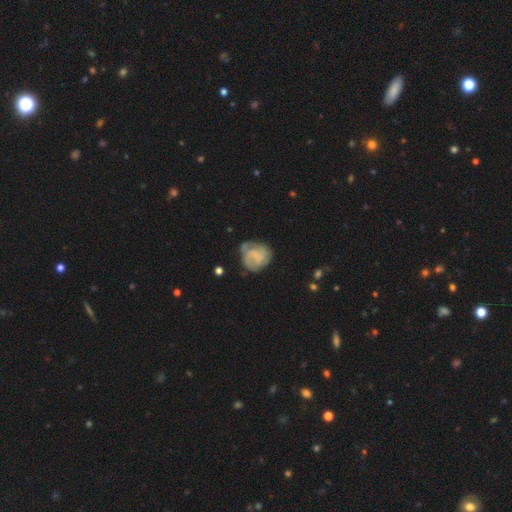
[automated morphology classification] This is possibly a smooth galaxy (49%). Merging: possibly none (48%).